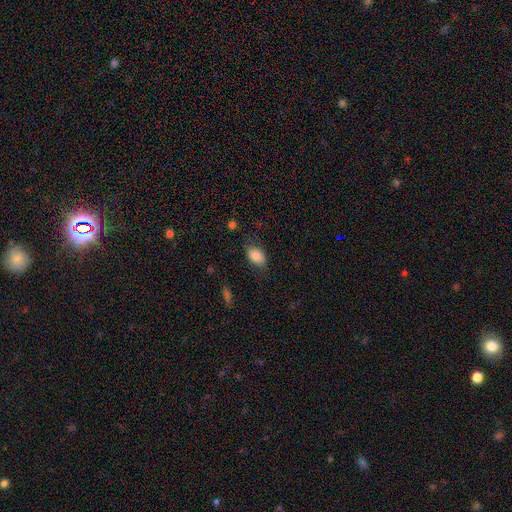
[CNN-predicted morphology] Smooth or featured? smooth (85%)
How rounded? in between (89%)
Merging? none (74%)